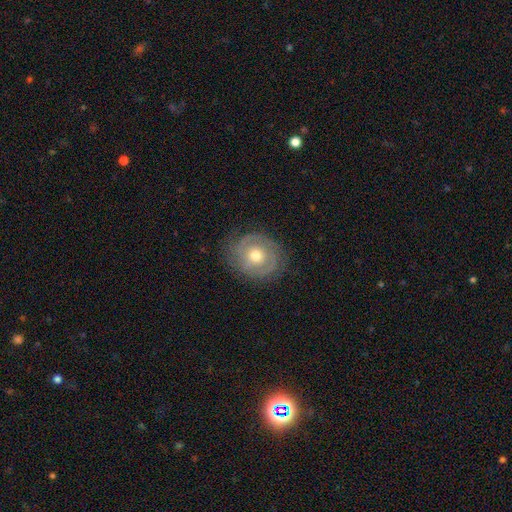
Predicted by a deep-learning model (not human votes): Smooth or featured? featured or disk (70%)
Edge-on disk? no (96%)
Bar? no (77%)
Spiral arms? yes (80%)
Spiral winding? tight (62%)
Spiral arm count? 2 (56%)
Bulge size? moderate (74%)
Merging? none (79%)